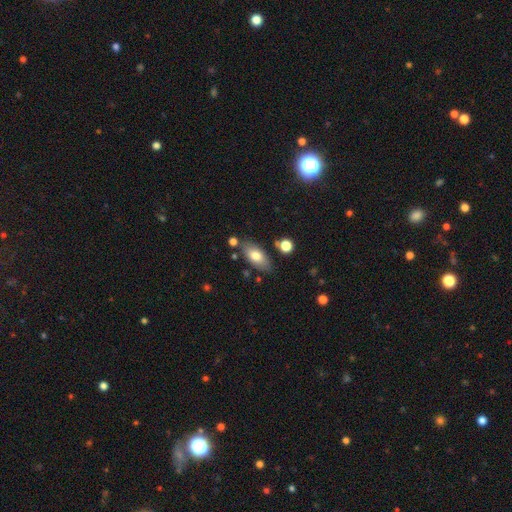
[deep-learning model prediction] Overall: smooth (73%). How rounded: in between (87%). Merging: none (78%).